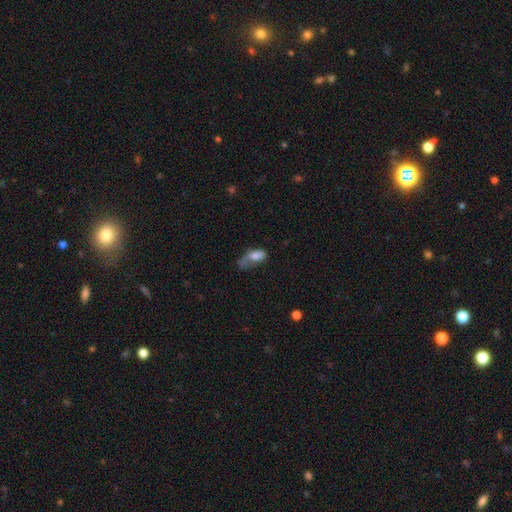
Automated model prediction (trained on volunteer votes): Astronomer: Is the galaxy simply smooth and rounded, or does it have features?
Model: smooth — 70%.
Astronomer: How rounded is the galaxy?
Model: in between — 88%.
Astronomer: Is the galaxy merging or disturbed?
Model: major disturbance — 44% (runner-up: minor disturbance, 26%).